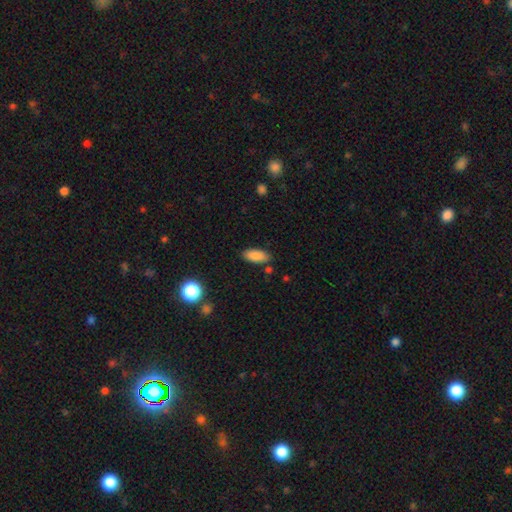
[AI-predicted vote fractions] Q: Smooth or featured?
A: smooth (87%); runner-up: star or artifact (8%)
Q: How rounded?
A: in between (85%); runner-up: cigar-shaped (12%)
Q: Merging?
A: none (84%); runner-up: minor disturbance (11%)